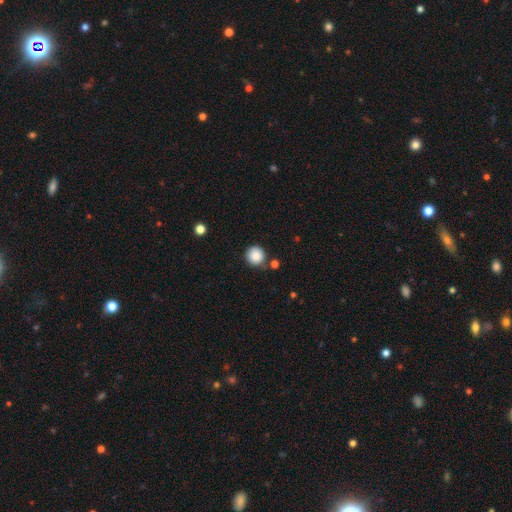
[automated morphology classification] type=smooth (87%); roundness=round (95%); merging=none (82%).